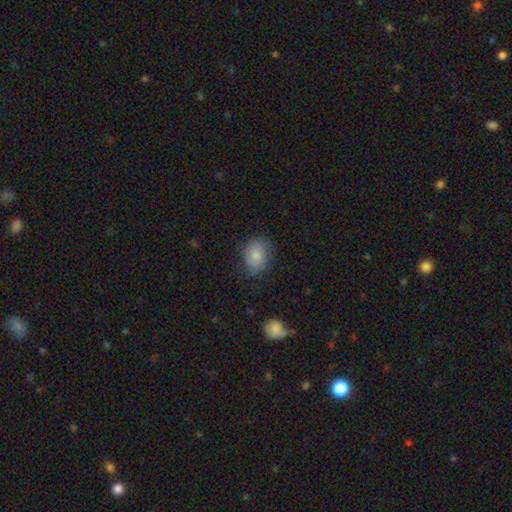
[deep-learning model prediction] Overall: smooth (78%). How rounded: in between (56%; round 42%). Merging: none (68%).